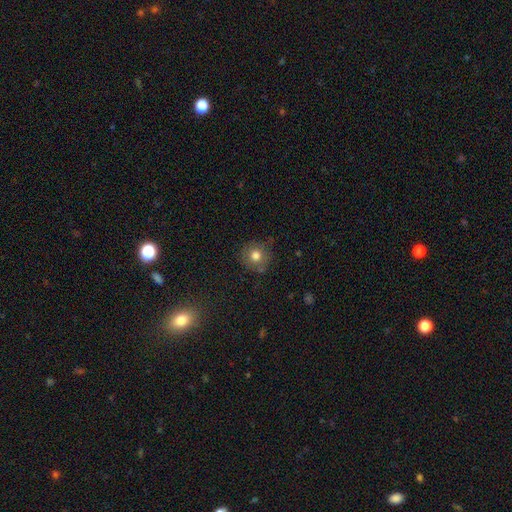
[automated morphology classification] Q: Smooth or featured?
A: smooth (79%); runner-up: star or artifact (11%)
Q: How rounded?
A: round (91%); runner-up: in between (8%)
Q: Merging?
A: none (79%); runner-up: minor disturbance (14%)